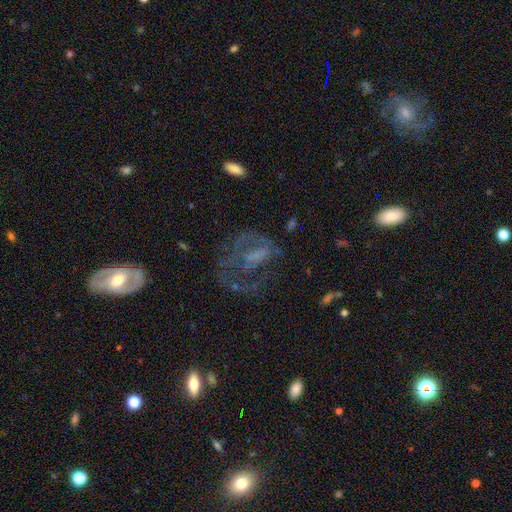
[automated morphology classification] type=featured or disk (56%); edge-on=no (96%); bar=no (64%); spiral arms=no (61%); bulge=none (51%); merging=major disturbance (46%).